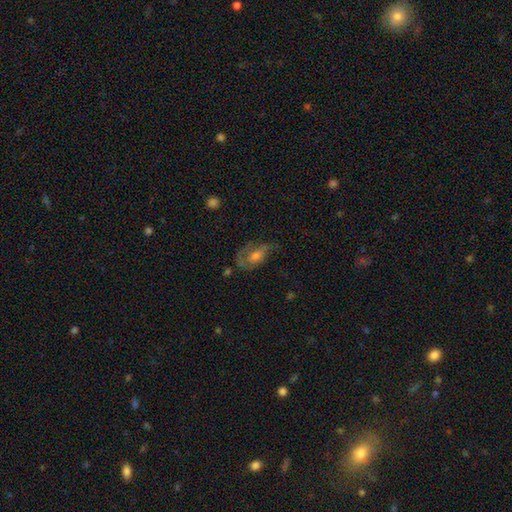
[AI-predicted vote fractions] A featured or disk galaxy (54%).

Vote fractions:
- Smooth or featured? featured or disk: 54% / smooth: 36% / star or artifact: 10%
- Edge-on disk? no: 92% / yes: 8%
- Merging? none: 40% / major disturbance: 32% / minor disturbance: 25% / merger: 3%